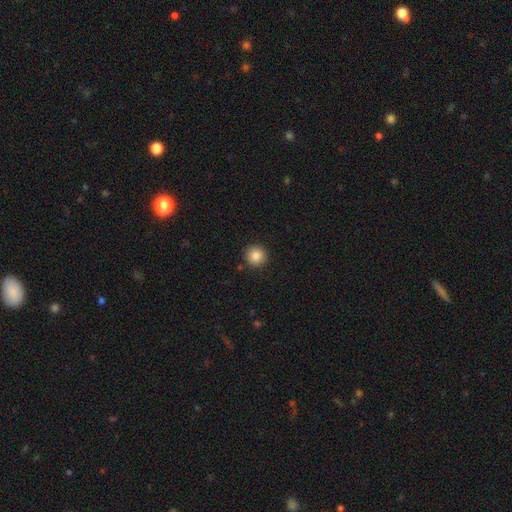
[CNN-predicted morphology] A smooth galaxy with no disk features (85%) that is round (95%).

Vote fractions:
- Smooth or featured? smooth: 85% / star or artifact: 10% / featured or disk: 5%
- How rounded? round: 95% / in between: 4% / cigar-shaped: 1%
- Merging? none: 91% / minor disturbance: 5% / major disturbance: 2% / merger: 1%